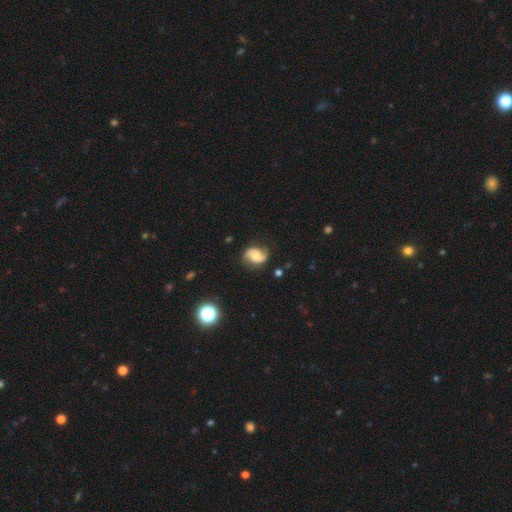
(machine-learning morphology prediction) A featured or disk galaxy (73%) with no bar (55%), 2 (92%) loose (44%) spiral arms (95%) and a moderate central bulge (49%).

Vote fractions:
- Smooth or featured? featured or disk: 73% / smooth: 19% / star or artifact: 8%
- Edge-on disk? no: 98% / yes: 2%
- Bar? no: 55% / weak: 36% / strong: 9%
- Spiral arms? yes: 95% / no: 5%
- Spiral winding? loose: 44% / medium: 41% / tight: 15%
- Spiral arm count? 2: 92% / can't tell: 3% / 1: 2% / 3: 1% / 4: 1% / more than 4: 1%
- Bulge size? moderate: 49% / small: 24% / large: 16% / none: 8% / dominant: 3%
- Merging? none: 79% / minor disturbance: 15% / major disturbance: 5% / merger: 2%